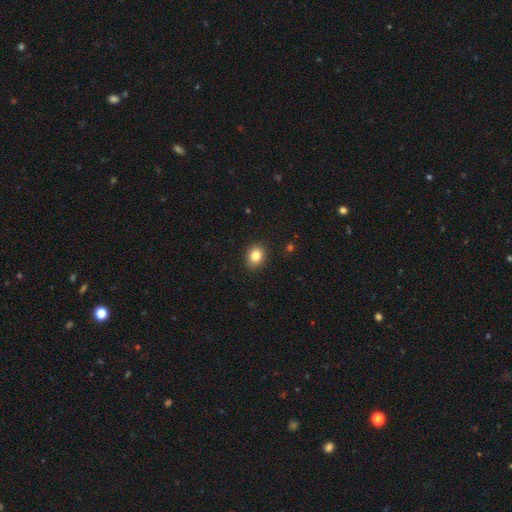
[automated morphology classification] This is clearly a smooth galaxy (83%). How rounded: possibly round (57%). Merging: clearly none (90%).